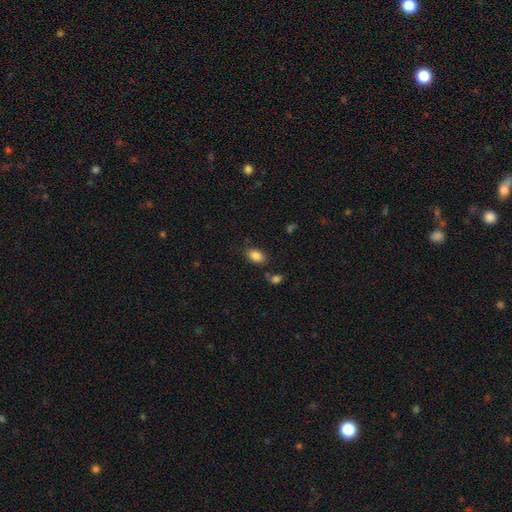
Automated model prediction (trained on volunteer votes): Overall: smooth (85%). How rounded: in between (86%). Merging: none (73%).